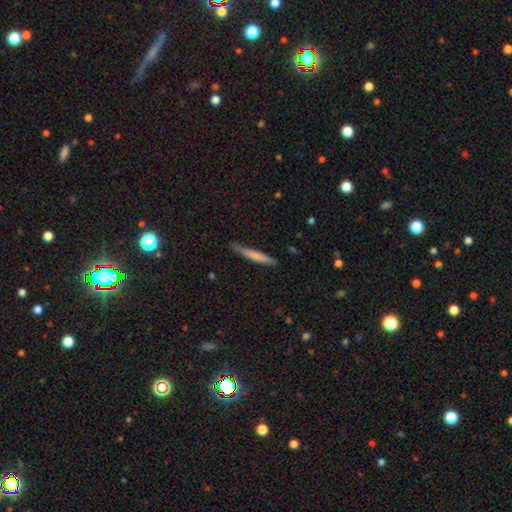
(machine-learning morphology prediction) A smooth galaxy with no disk features (70%) that is cigar-shaped (95%). Merging: none (82%).